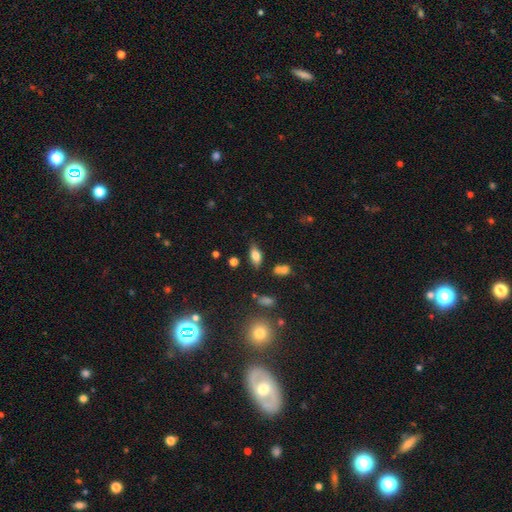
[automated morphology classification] smooth_or_featured: smooth (p=0.73) [alt: featured or disk p=0.17]
how_rounded: in between (p=0.85) [alt: cigar-shaped p=0.11]
merging: none (p=0.75) [alt: minor disturbance p=0.14]